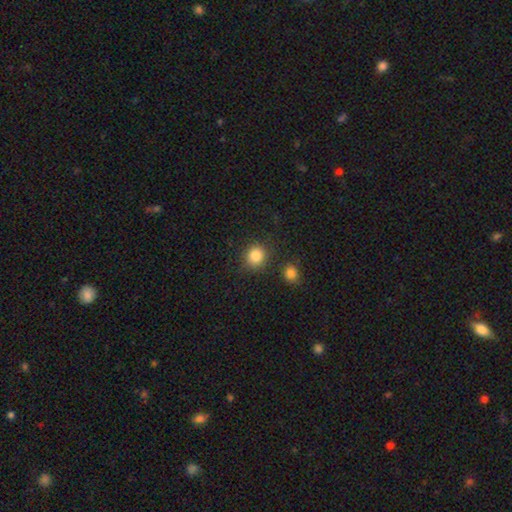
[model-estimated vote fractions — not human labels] Smooth or featured: smooth — 85% (star or artifact — 10%)
How rounded: round — 84% (in between — 15%)
Merging: none — 82% (minor disturbance — 10%)